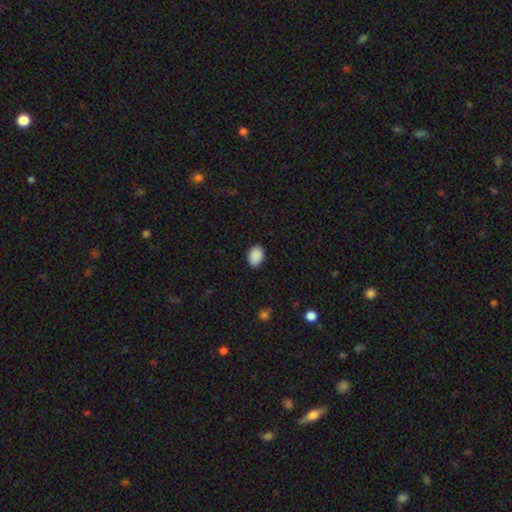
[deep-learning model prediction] A smooth galaxy with no disk features (90%) that is in between round and cigar-shaped (82%).

Vote fractions:
- Smooth or featured? smooth: 90% / star or artifact: 7% / featured or disk: 3%
- How rounded? in between: 82% / round: 17% / cigar-shaped: 1%
- Merging? none: 88% / minor disturbance: 9% / major disturbance: 2% / merger: 1%